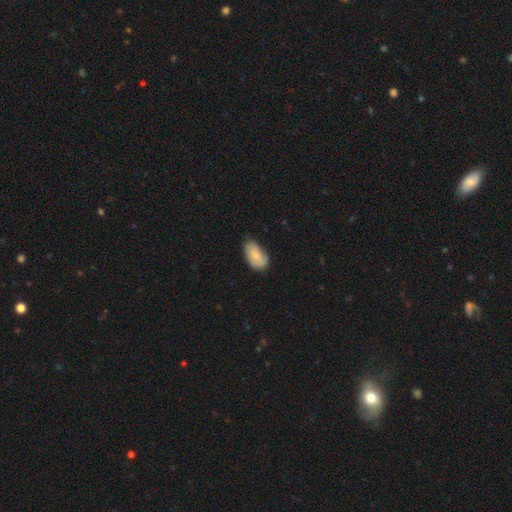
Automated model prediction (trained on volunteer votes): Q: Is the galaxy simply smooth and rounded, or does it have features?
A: smooth — 78%.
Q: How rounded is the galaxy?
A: in between — 94%.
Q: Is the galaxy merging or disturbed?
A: none — 60%.